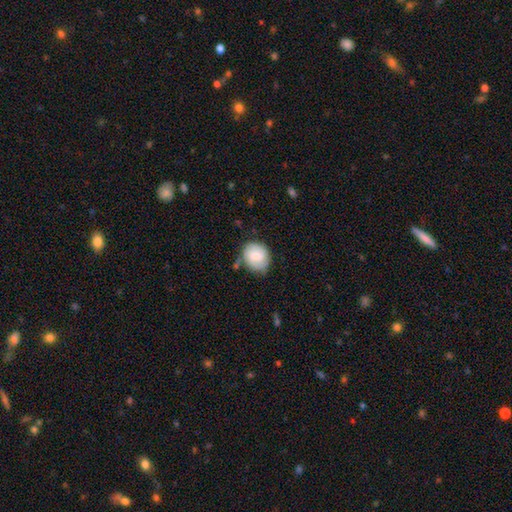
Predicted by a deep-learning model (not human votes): This appears to be a smooth galaxy with no disk features (55%) that is round (67%). Merging: none (66%).